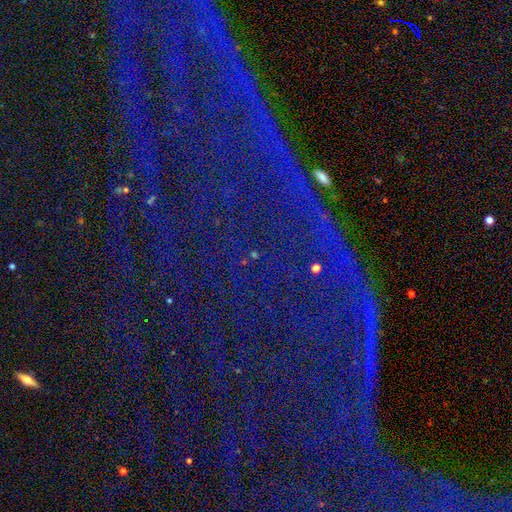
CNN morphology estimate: A star or artifact, not a galaxy (86%).